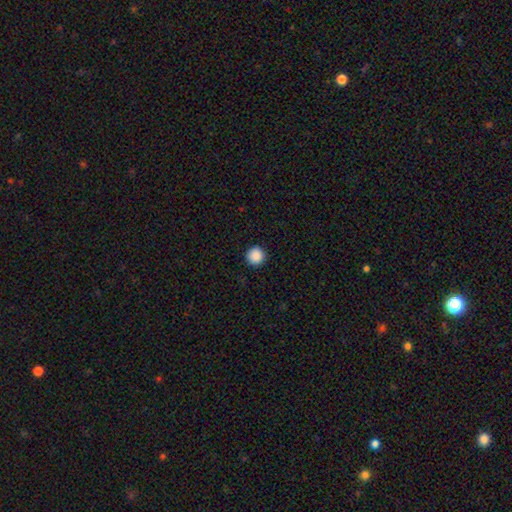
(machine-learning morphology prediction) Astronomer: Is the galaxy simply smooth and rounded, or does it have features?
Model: smooth — 89%.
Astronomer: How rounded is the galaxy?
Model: round — 96%.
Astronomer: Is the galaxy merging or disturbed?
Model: none — 93%.